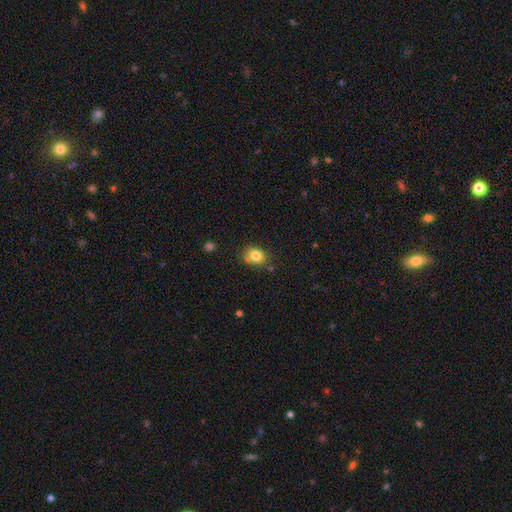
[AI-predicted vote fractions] Smooth or featured?
  - smooth: 81% *
  - star or artifact: 10%
  - featured or disk: 9%
How rounded?
  - round: 55% *
  - in between: 44%
  - cigar-shaped: 1%
Merging?
  - none: 70% *
  - minor disturbance: 20%
  - merger: 6%
  - major disturbance: 5%